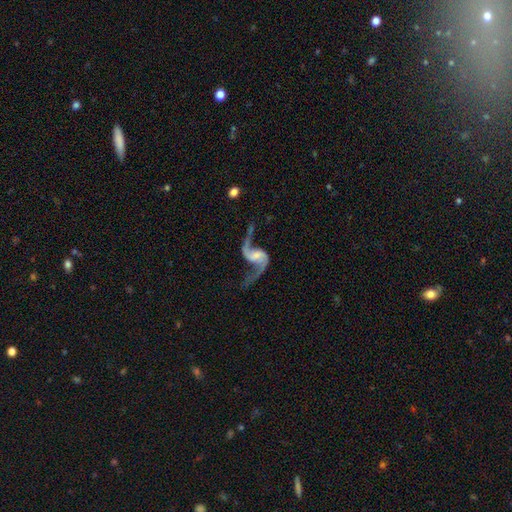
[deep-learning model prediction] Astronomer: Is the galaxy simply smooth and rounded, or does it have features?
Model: featured or disk — 91%.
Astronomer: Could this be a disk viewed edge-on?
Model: no — 98%.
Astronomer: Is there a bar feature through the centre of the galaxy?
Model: weak — 41% (runner-up: no, 40%).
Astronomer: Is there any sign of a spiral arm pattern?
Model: yes — 97%.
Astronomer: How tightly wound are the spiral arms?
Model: loose — 88%.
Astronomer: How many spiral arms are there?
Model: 2 — 94%.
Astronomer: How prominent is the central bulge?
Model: none — 53%.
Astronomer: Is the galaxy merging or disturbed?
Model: none — 64%.